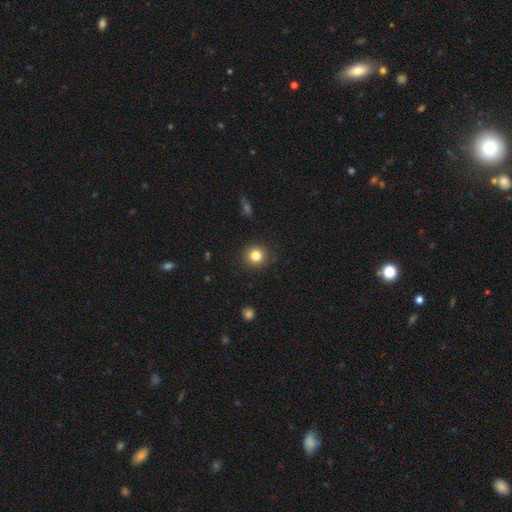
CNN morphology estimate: Q: Smooth or featured?
A: smooth (82%); runner-up: star or artifact (12%)
Q: How rounded?
A: round (91%); runner-up: in between (8%)
Q: Merging?
A: none (91%); runner-up: minor disturbance (6%)